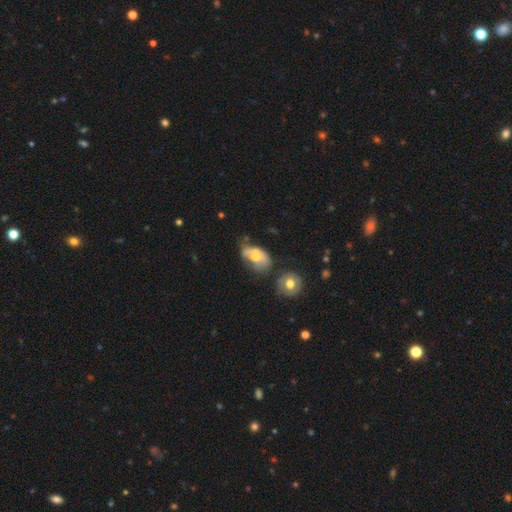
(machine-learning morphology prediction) Smooth or featured?
  - smooth: 49% *
  - featured or disk: 42%
  - star or artifact: 9%
Merging?
  - major disturbance: 30% *
  - minor disturbance: 27%
  - none: 23%
  - merger: 19%